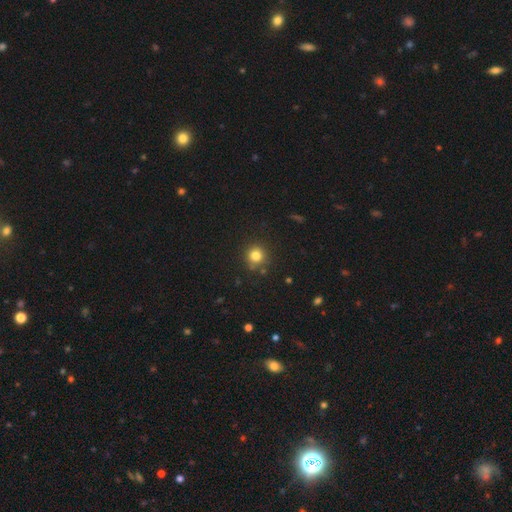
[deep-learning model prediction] Smooth or featured? smooth (81%)
How rounded? round (93%)
Merging? none (85%)